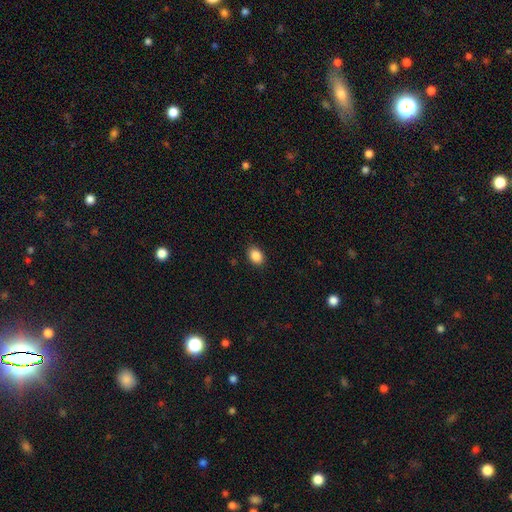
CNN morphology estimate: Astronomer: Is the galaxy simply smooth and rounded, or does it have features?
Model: smooth — 87%.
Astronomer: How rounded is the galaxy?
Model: in between — 71%.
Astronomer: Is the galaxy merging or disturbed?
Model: none — 88%.